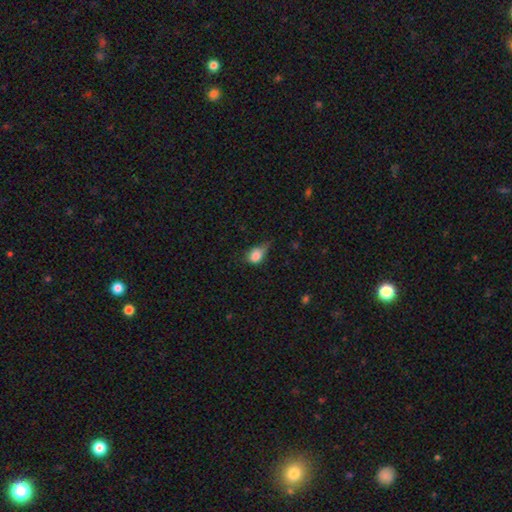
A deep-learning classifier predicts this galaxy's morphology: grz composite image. It shows a smooth galaxy with no disk features (80%) that is in between round and cigar-shaped (60%). Merging: minor disturbance (45%).